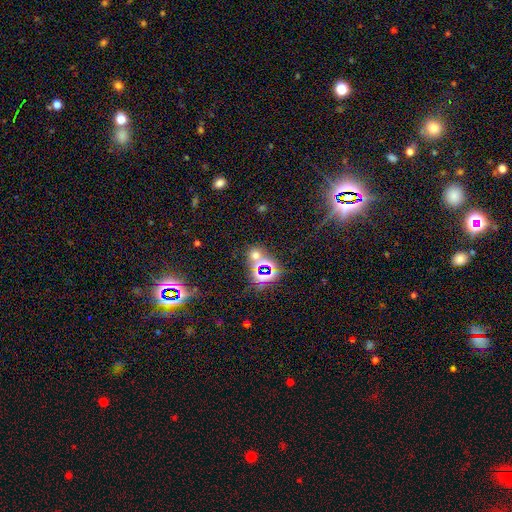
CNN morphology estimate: Smooth or featured: star or artifact — 53% (smooth — 38%)